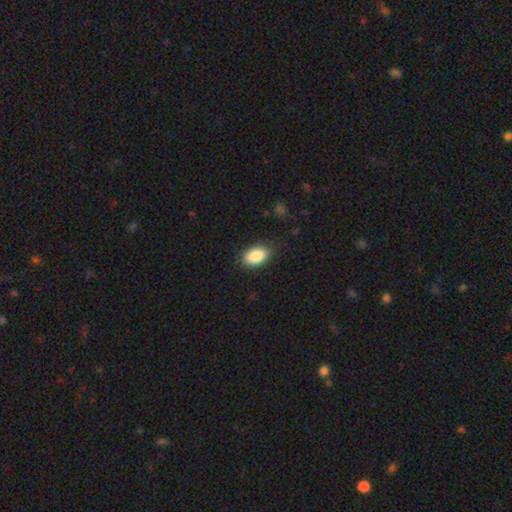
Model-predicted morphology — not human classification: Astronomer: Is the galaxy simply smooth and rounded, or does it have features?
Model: smooth — 87%.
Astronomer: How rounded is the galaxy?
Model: in between — 90%.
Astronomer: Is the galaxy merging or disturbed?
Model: none — 85%.